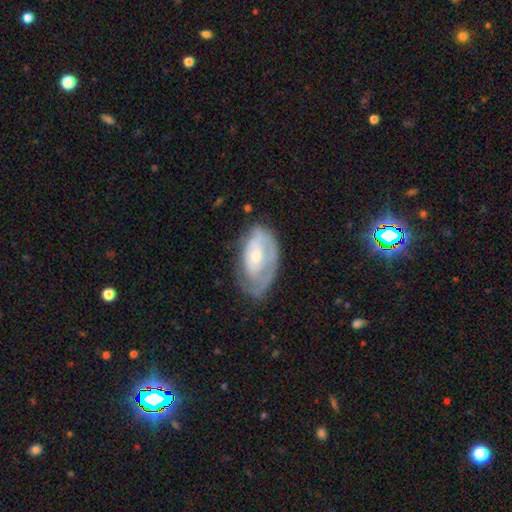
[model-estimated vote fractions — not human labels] The model was most divided on "bulge size": small: 52%, moderate: 41%, large: 4%, none: 2%, dominant: 1%. More confident: edge-on disk — no (93%); bar — no (69%); spiral arms — yes (64%); smooth or featured — featured or disk (62%); merging — none (51%).